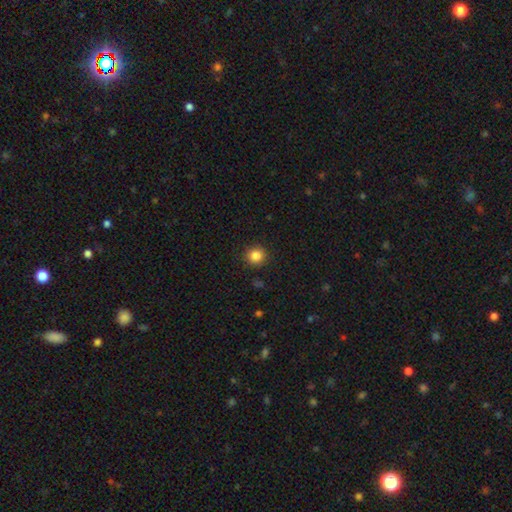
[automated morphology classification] smooth 85%, star or artifact 11%, featured or disk 4%. Down the decision tree: how rounded — round (91%); merging — none (91%).